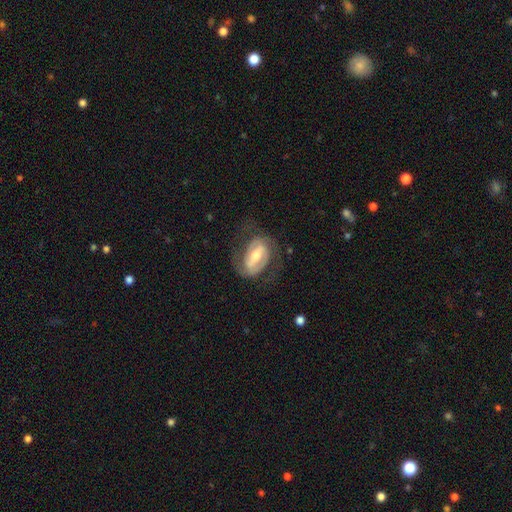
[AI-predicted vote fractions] Overall: featured or disk (78%). Edge-on disk: no (95%). Bar: strong (49%; weak 35%). Spiral arms: yes (80%). Spiral arm count: 2 (78%). Spiral winding: medium (43%; tight 36%). Bulge size: moderate (65%; small 26%). Merging: none (64%).